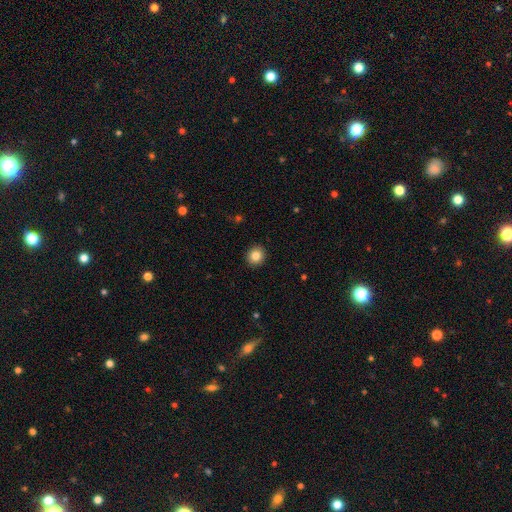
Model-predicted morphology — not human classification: Q: Smooth or featured?
A: smooth (84%); runner-up: star or artifact (10%)
Q: How rounded?
A: round (85%); runner-up: in between (14%)
Q: Merging?
A: none (92%); runner-up: minor disturbance (5%)